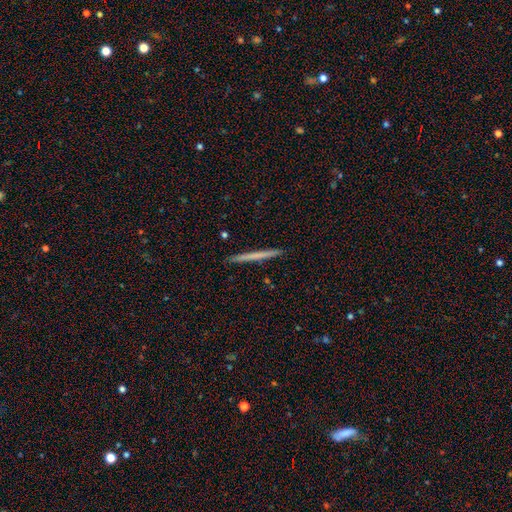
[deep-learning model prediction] This is possibly a smooth galaxy (57%). How rounded: clearly cigar-shaped (97%). Merging: clearly none (93%).